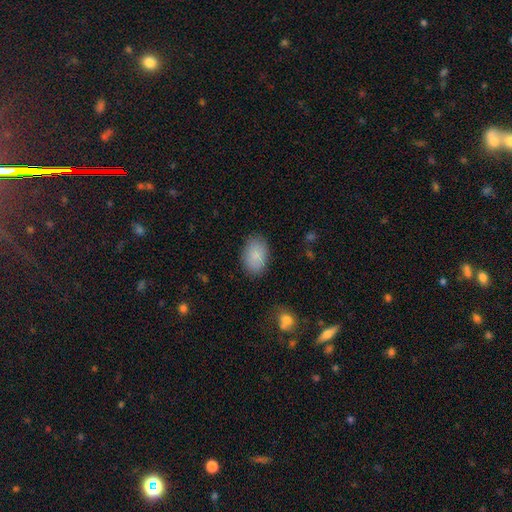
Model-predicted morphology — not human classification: A smooth galaxy with no disk features (87%) that is in between round and cigar-shaped (91%). Merging: none (85%).